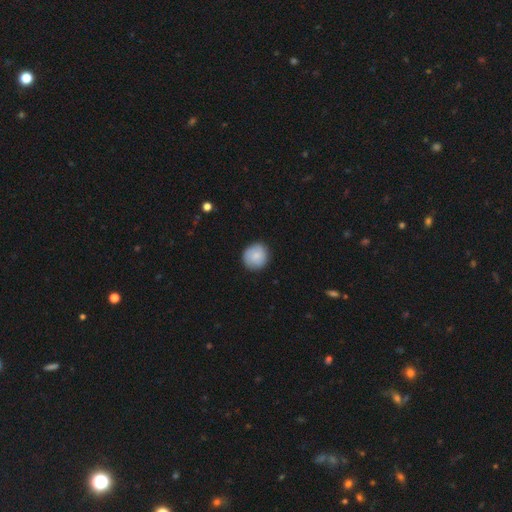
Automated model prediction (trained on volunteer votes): Morphology: type=smooth (84%); roundness=round (91%); merging=none (87%).